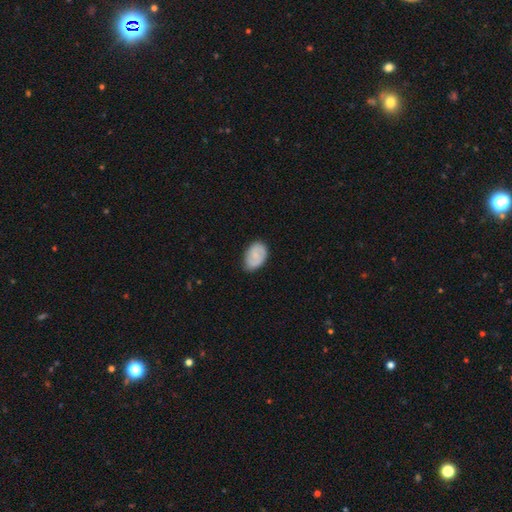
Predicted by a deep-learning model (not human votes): Smooth or featured: smooth — 59% (featured or disk — 34%)
How rounded: in between — 85% (round — 13%)
Merging: none — 70% (minor disturbance — 24%)